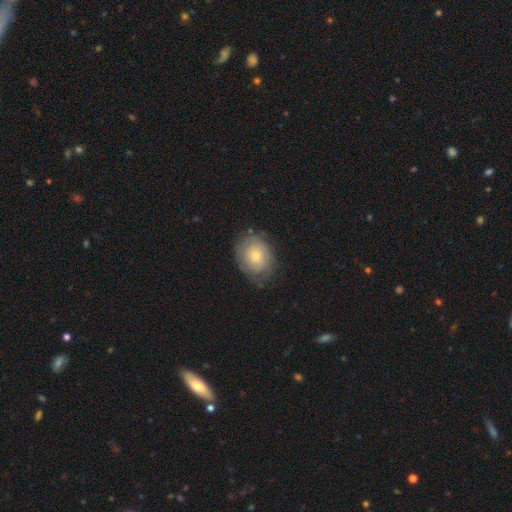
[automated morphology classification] This appears to be a featured or disk galaxy (51%). Merging: none (74%).